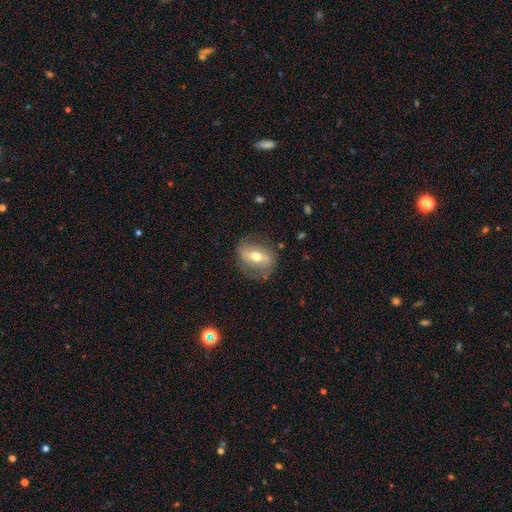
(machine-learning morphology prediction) This appears to be a featured or disk galaxy (58%). Merging: none (74%).